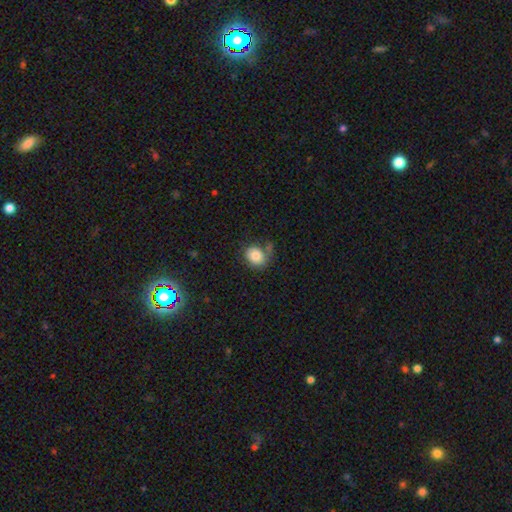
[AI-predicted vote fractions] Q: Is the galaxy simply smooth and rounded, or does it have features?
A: smooth — 81%.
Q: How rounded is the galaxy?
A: round — 56%.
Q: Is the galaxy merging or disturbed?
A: none — 63%.